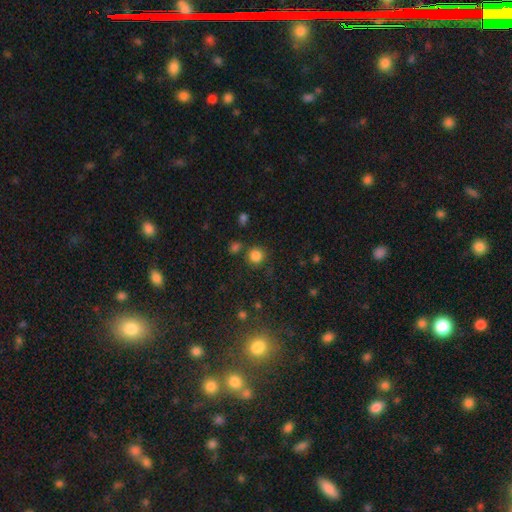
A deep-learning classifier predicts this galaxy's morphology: type=smooth (82%); roundness=round (91%); merging=none (79%).